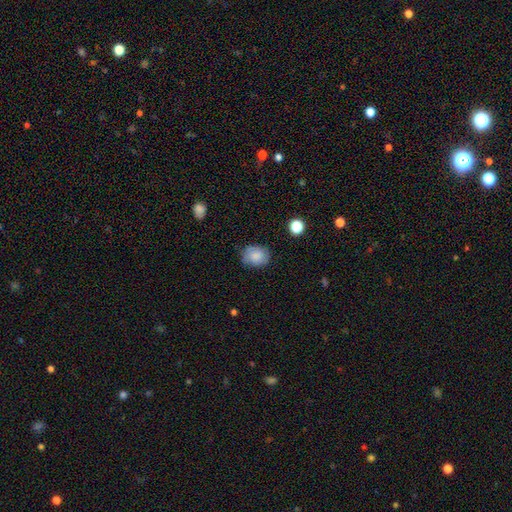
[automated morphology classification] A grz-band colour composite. It shows a smooth galaxy with no disk features (81%) that is in between round and cigar-shaped (50%). Merging: none (75%).